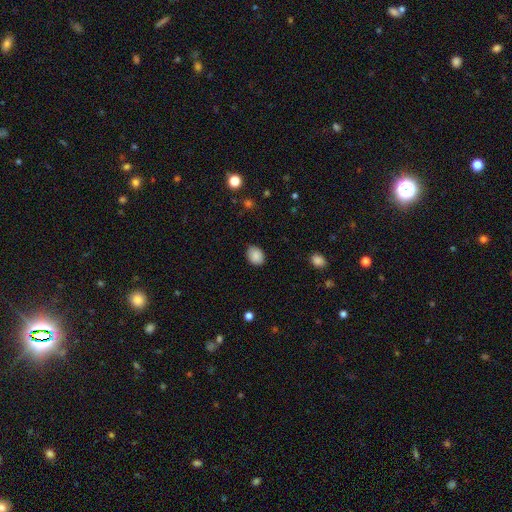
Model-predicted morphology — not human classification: This is clearly a smooth galaxy (87%). How rounded: likely in between (62%). Merging: clearly none (84%).